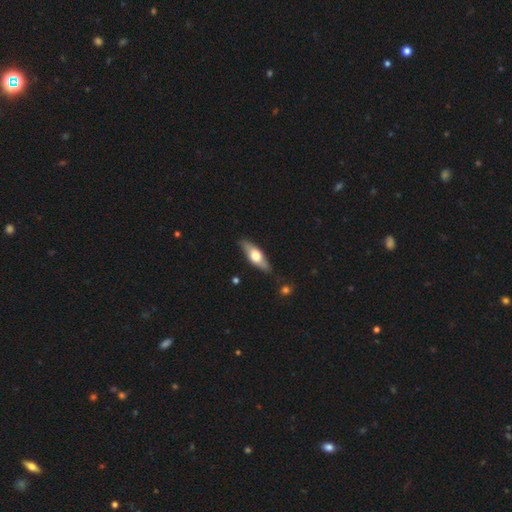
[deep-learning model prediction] Smooth or featured? Predicted: smooth (p=0.48). Merging? Predicted: none (p=0.85).